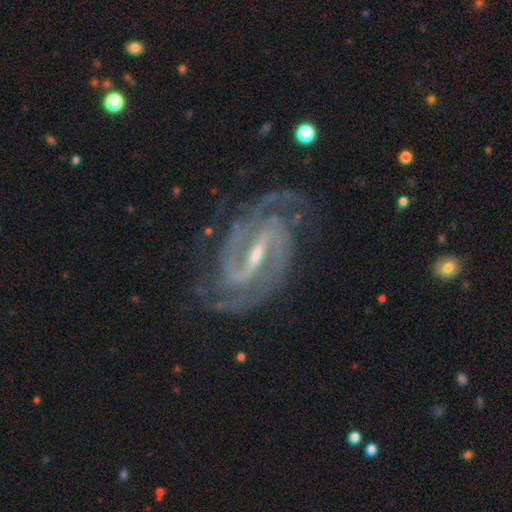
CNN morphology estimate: A featured or disk galaxy (94%) with a strong bar (65%), 2 (73%) medium (48%) spiral arms (99%) and a small central bulge (62%).

Vote fractions:
- Smooth or featured? featured or disk: 94% / star or artifact: 4% / smooth: 2%
- Edge-on disk? no: 97% / yes: 3%
- Bar? strong: 65% / weak: 28% / no: 7%
- Spiral arms? yes: 99% / no: 1%
- Spiral winding? medium: 48% / tight: 43% / loose: 9%
- Spiral arm count? 2: 73% / 3: 12% / can't tell: 5% / 4: 4% / more than 4: 3% / 1: 3%
- Bulge size? small: 62% / moderate: 32% / none: 3% / large: 2% / dominant: 1%
- Merging? none: 74% / minor disturbance: 17% / major disturbance: 8% / merger: 2%